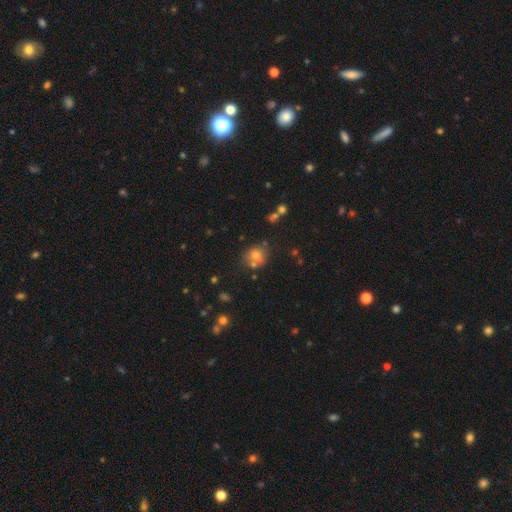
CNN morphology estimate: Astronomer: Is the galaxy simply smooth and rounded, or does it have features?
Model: smooth — 70%.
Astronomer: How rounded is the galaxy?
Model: round — 82%.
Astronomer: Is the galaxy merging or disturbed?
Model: none — 57%.